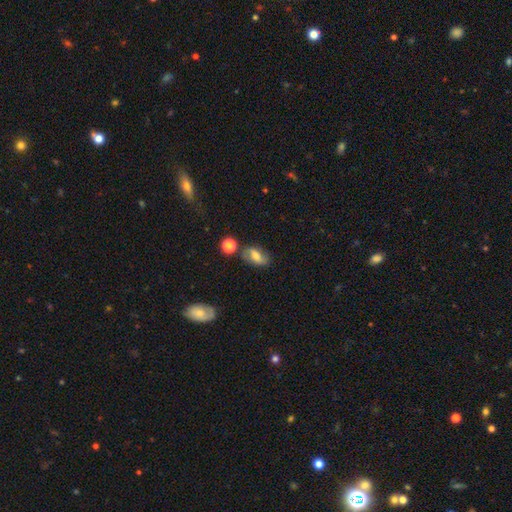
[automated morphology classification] Smooth or featured? smooth (63%)
How rounded? in between (83%)
Merging? none (69%)